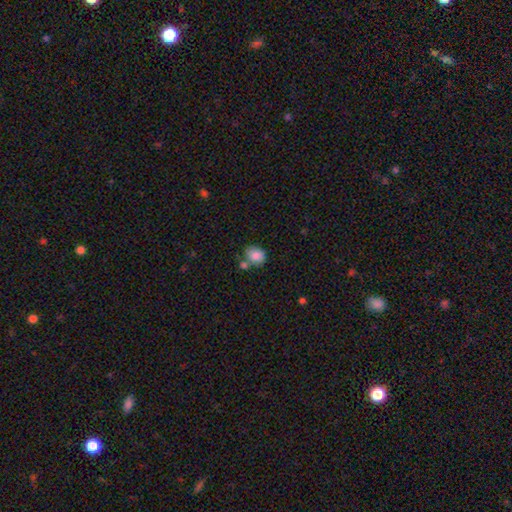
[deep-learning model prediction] A smooth galaxy with no disk features (86%) that is round (56%). Merging: none (57%).